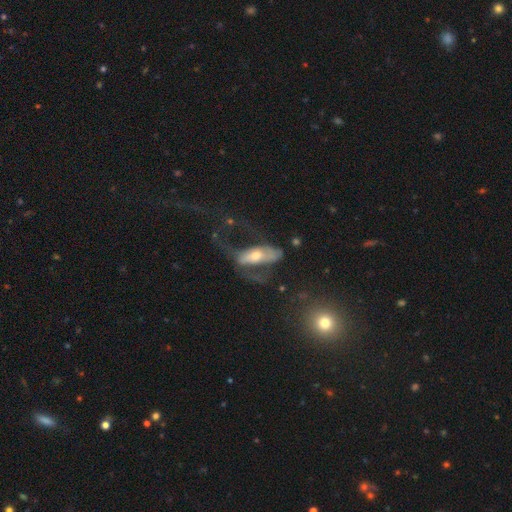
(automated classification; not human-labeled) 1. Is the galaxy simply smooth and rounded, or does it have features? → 59% featured or disk, 33% smooth, 8% star or artifact.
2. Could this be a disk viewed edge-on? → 74% no, 26% yes.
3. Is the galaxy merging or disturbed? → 52% major disturbance, 28% none, 16% minor disturbance, 5% merger.